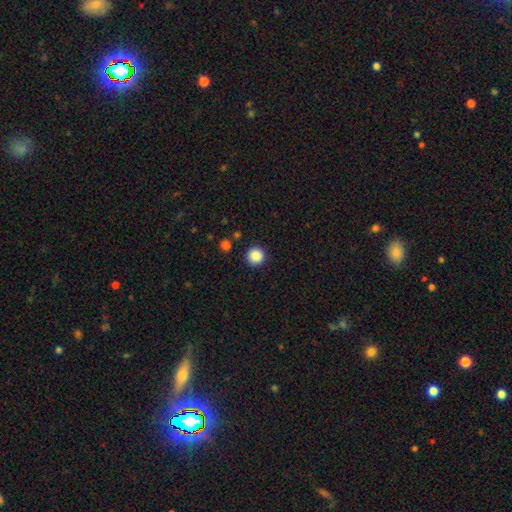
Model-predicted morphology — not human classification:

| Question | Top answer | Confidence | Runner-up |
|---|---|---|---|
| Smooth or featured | smooth | 88% | star or artifact (9%) |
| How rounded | round | 96% | in between (3%) |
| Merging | none | 92% | minor disturbance (5%) |